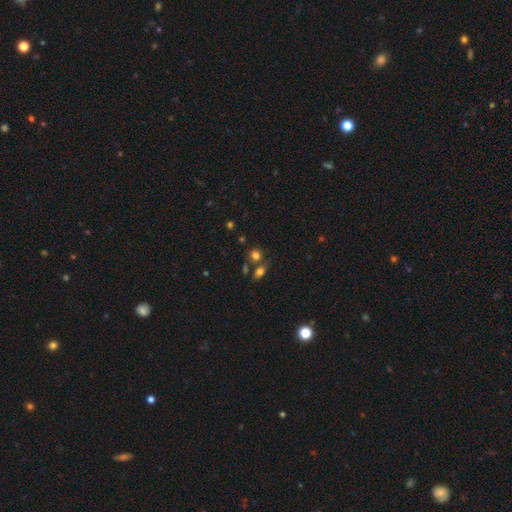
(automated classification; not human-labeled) smooth-or-featured: smooth: 76% | star or artifact: 16% | featured or disk: 8%
  how-rounded: round: 69% | in between: 30% | cigar-shaped: 1%
  merging: none: 59% | merger: 26% | minor disturbance: 11% | major disturbance: 4%